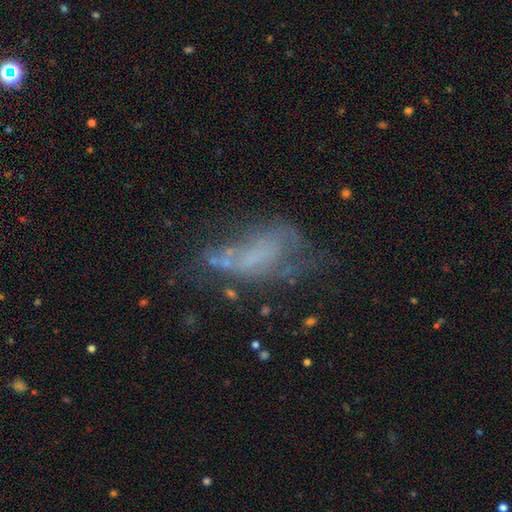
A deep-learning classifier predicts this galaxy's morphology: smooth_or_featured: featured or disk (p=0.48) [alt: smooth p=0.34]
merging: major disturbance (p=0.37) [alt: none p=0.29]